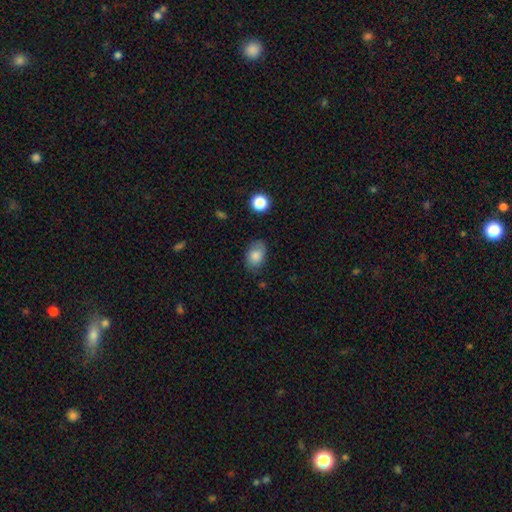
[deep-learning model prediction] smooth_or_featured: smooth (p=0.81) [alt: featured or disk p=0.10]
how_rounded: in between (p=0.80) [alt: round p=0.19]
merging: none (p=0.72) [alt: minor disturbance p=0.21]